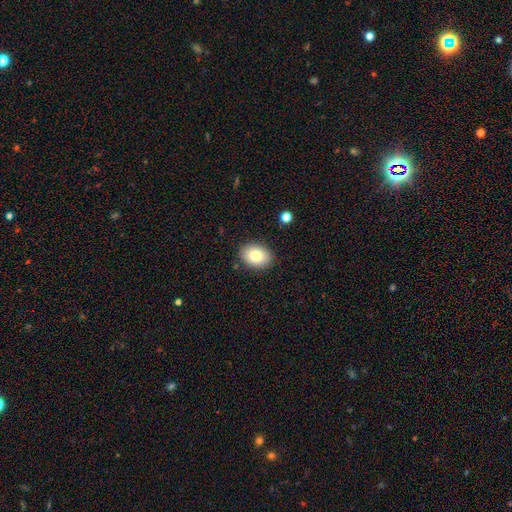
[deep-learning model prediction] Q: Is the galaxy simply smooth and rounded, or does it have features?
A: smooth — 82%.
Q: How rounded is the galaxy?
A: in between — 74%.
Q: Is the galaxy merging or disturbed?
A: none — 88%.